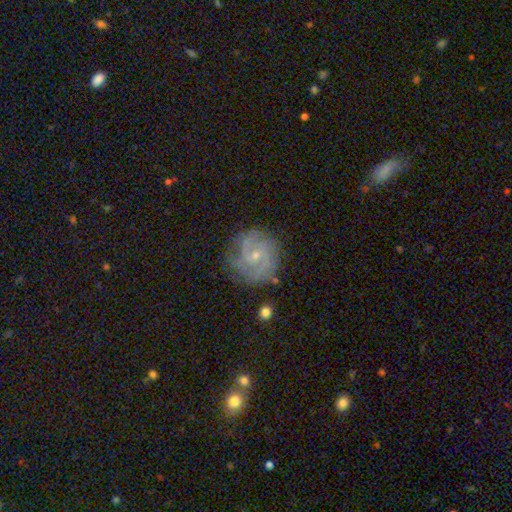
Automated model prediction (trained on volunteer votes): Morphology: type=featured or disk (81%); edge-on=no (98%); bar=no (56%); spiral arms=yes (94%); winding=tight (52%); arm count=2 (29%); bulge=small (73%); merging=none (75%).